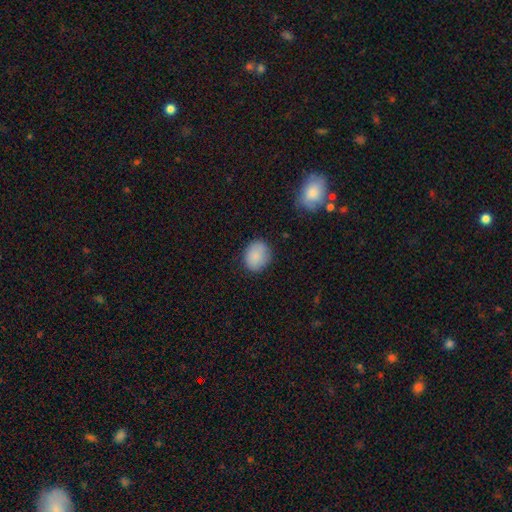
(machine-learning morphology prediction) smooth_or_featured: smooth (p=0.87) [alt: star or artifact p=0.08]
how_rounded: round (p=0.57) [alt: in between p=0.42]
merging: none (p=0.82) [alt: minor disturbance p=0.13]